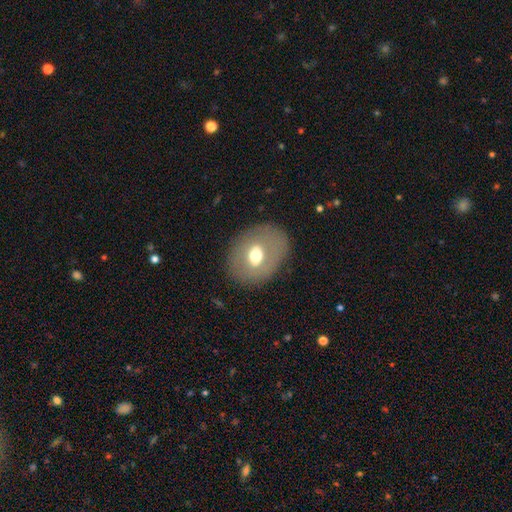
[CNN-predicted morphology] smooth 55%, featured or disk 36%, star or artifact 9%. Down the decision tree: how rounded — in between (57%); merging — none (81%).